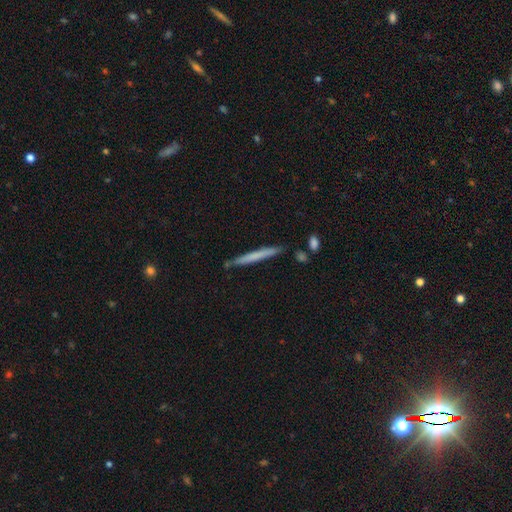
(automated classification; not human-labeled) Smooth or featured? smooth (61%)
How rounded? cigar-shaped (97%)
Merging? none (83%)